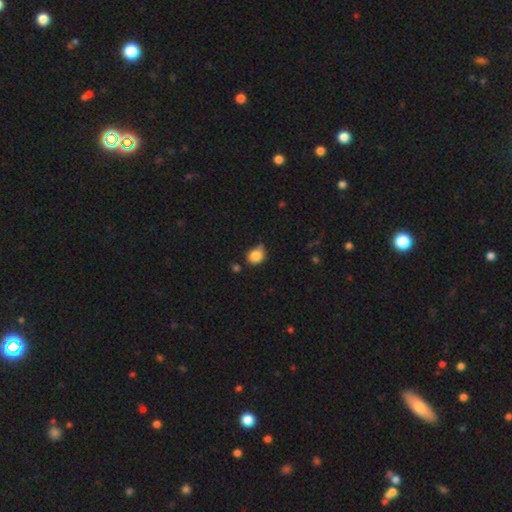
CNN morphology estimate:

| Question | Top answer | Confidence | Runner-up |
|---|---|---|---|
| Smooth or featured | smooth | 84% | star or artifact (10%) |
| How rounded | round | 68% | in between (31%) |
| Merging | none | 52% | minor disturbance (35%) |